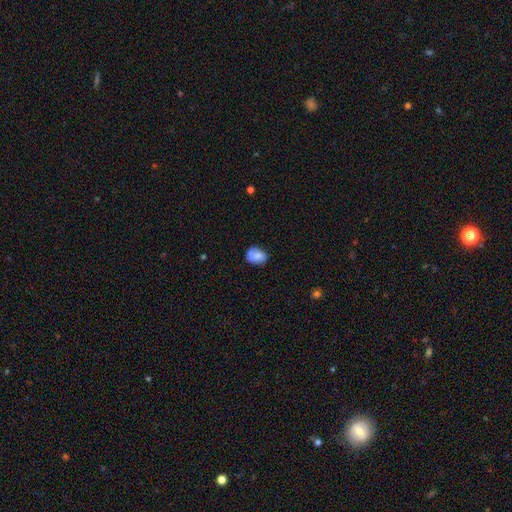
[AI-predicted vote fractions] Morphology: type=smooth (68%); roundness=in between (65%); merging=none (48%).